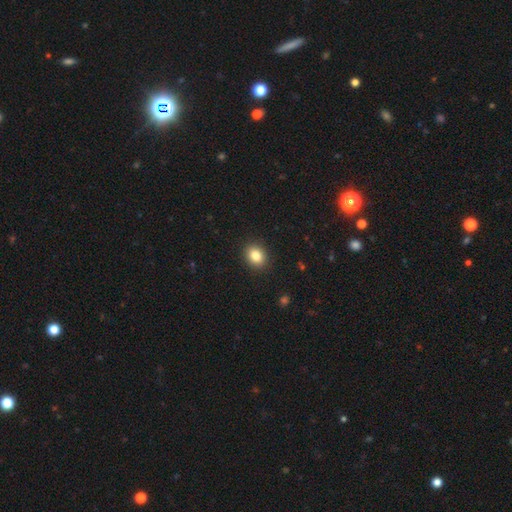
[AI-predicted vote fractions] This appears to be a smooth galaxy with no disk features (84%) that is round (51%). Merging: none (90%).